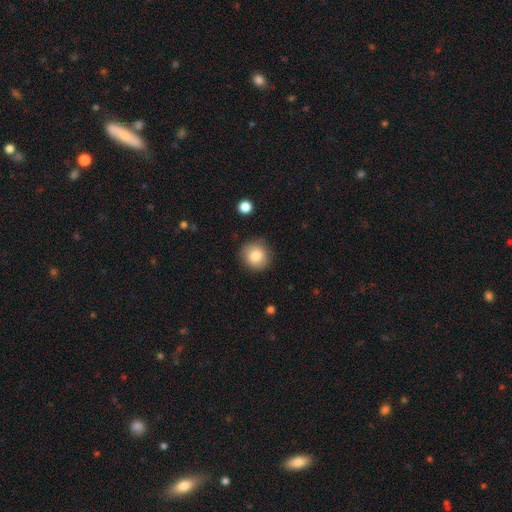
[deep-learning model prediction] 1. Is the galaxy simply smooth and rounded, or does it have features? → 83% smooth, 9% star or artifact, 8% featured or disk.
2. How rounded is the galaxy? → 90% round, 9% in between, 1% cigar-shaped.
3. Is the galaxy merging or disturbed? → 87% none, 10% minor disturbance, 2% major disturbance, 1% merger.